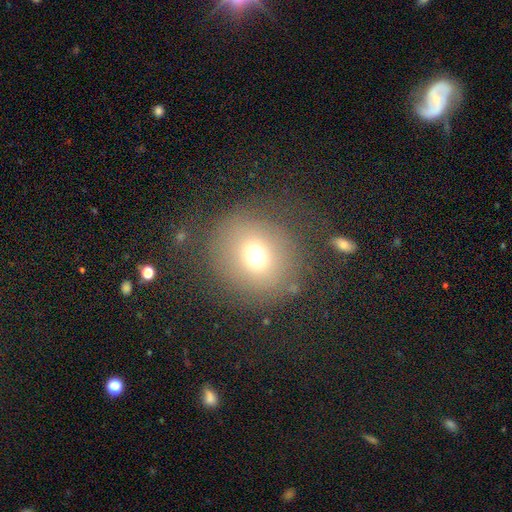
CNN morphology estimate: This is likely a smooth galaxy (68%). How rounded: clearly round (83%). Merging: likely none (71%).